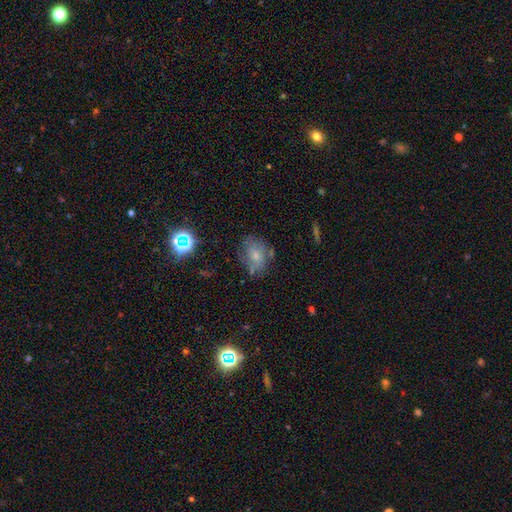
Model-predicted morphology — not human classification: smooth-or-featured: smooth: 56% | featured or disk: 27% | star or artifact: 17%
  how-rounded: in between: 58% | round: 40% | cigar-shaped: 1%
  merging: none: 58% | minor disturbance: 25% | major disturbance: 11% | merger: 6%